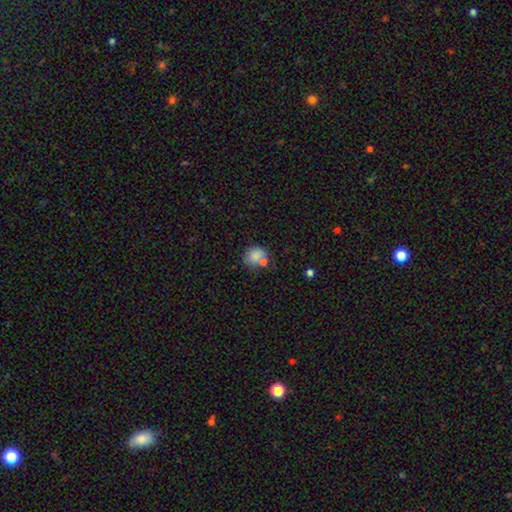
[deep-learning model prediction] smooth 81%, star or artifact 10%, featured or disk 10%. Down the decision tree: how rounded — round (61%); merging — none (54%).